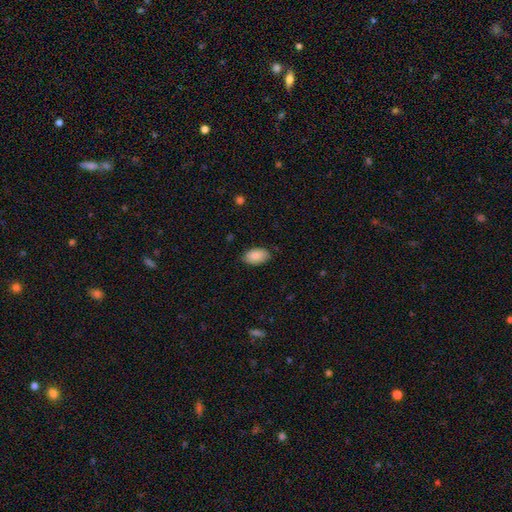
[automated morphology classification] This is clearly a smooth galaxy (89%). How rounded: clearly in between (94%). Merging: clearly none (83%).